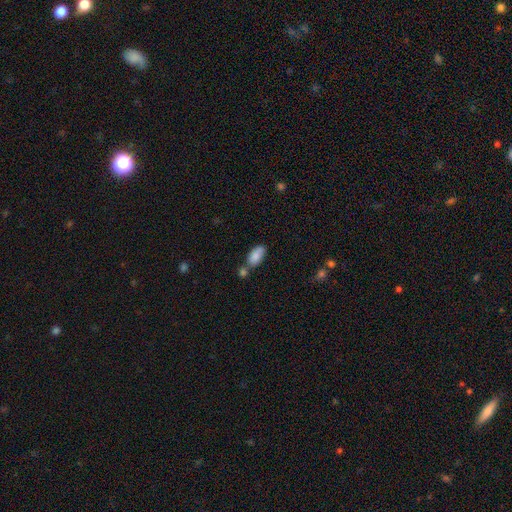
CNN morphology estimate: This appears to be a smooth galaxy with no disk features (84%) that is in between round and cigar-shaped (89%). Merging: none (48%).